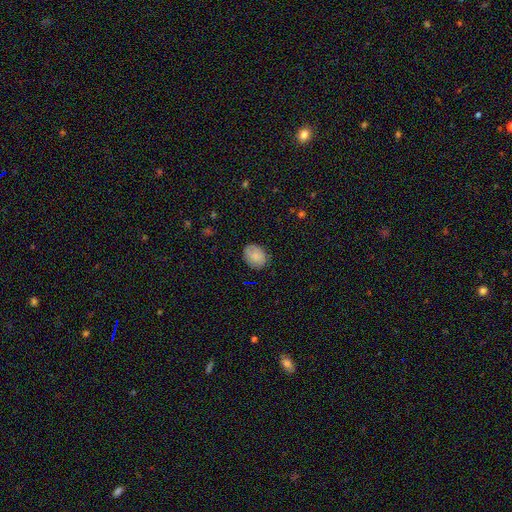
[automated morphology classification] type=smooth (82%); roundness=in between (59%); merging=none (81%).